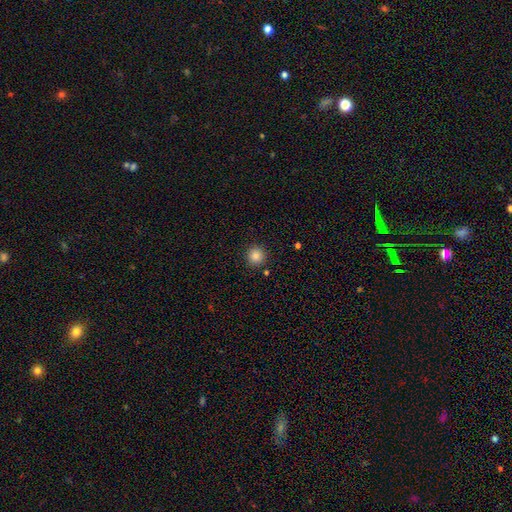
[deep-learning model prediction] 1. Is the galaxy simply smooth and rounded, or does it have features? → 85% smooth, 11% star or artifact, 4% featured or disk.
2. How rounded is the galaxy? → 95% round, 4% in between, 1% cigar-shaped.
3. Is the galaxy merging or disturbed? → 90% none, 6% minor disturbance, 2% merger, 2% major disturbance.